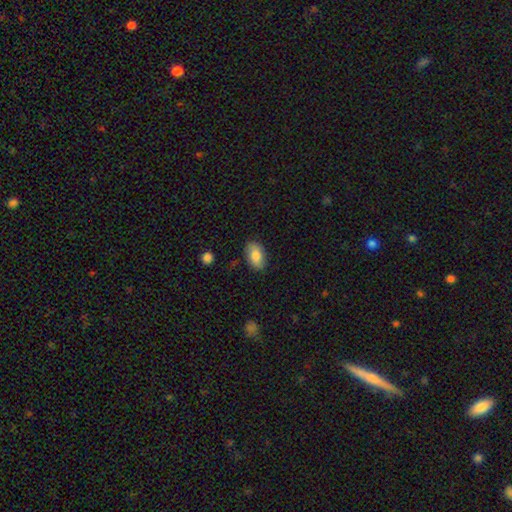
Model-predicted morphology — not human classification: Smooth or featured? smooth (83%)
How rounded? in between (92%)
Merging? none (83%)